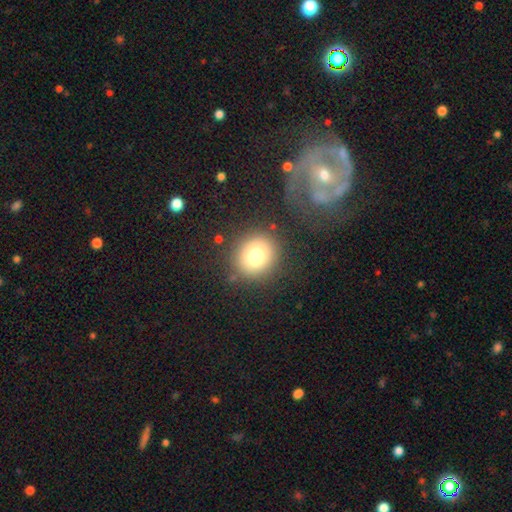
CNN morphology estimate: smooth-or-featured: smooth: 75% | star or artifact: 14% | featured or disk: 11%
  how-rounded: round: 88% | in between: 11% | cigar-shaped: 1%
  merging: none: 85% | minor disturbance: 8% | major disturbance: 4% | merger: 2%